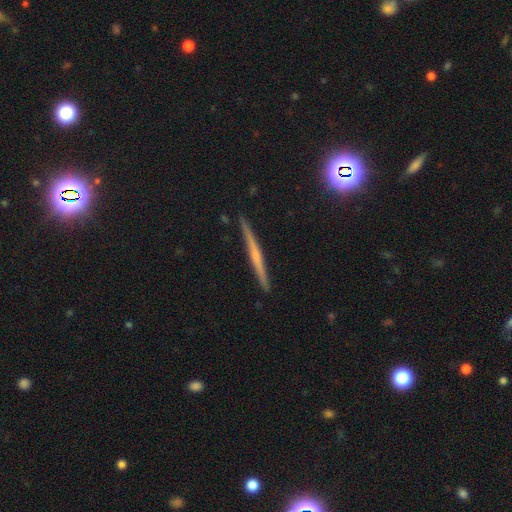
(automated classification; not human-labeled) A featured or disk galaxy (62%) viewed edge-on (98%) with no central bulge (53%). Merging: none (91%).